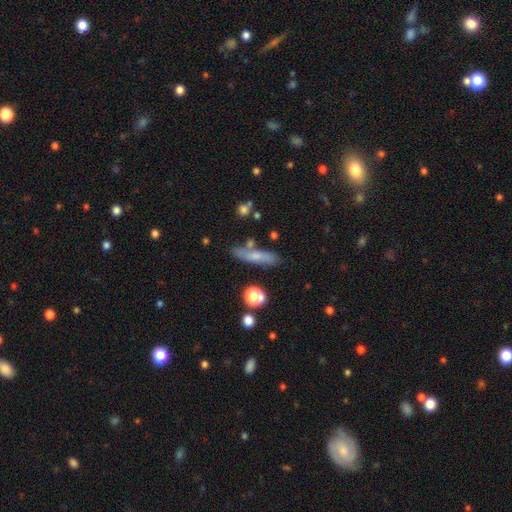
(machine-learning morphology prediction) This appears to be a smooth galaxy with no disk features (60%) that is cigar-shaped (75%). Merging: none (74%).